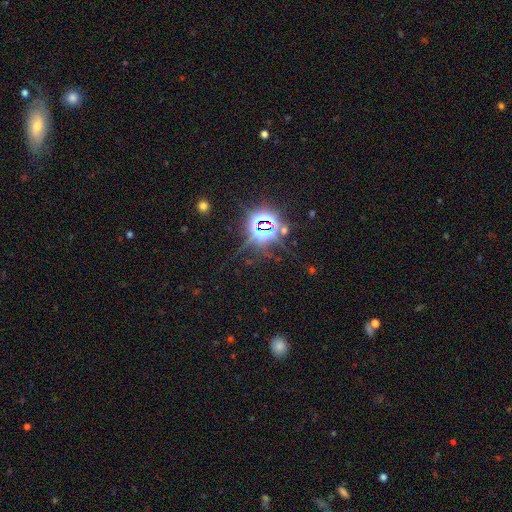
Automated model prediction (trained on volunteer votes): Smooth or featured? star or artifact (80%)